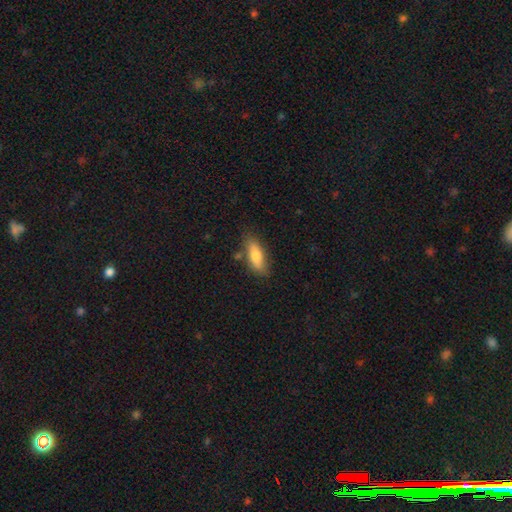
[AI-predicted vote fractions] Overall: smooth (76%). How rounded: in between (68%; cigar-shaped 29%). Merging: none (74%).